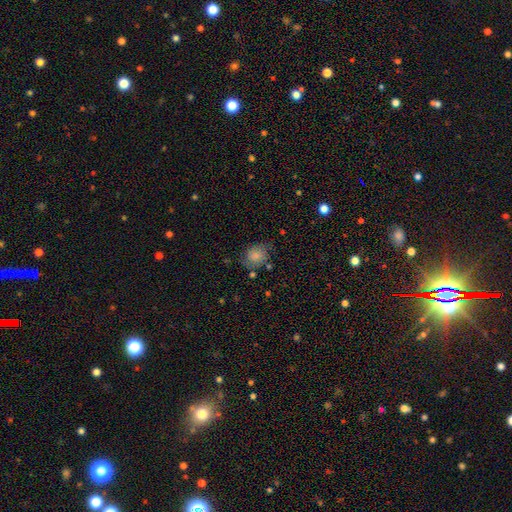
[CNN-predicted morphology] Overall: smooth (81%). How rounded: round (59%; in between 40%). Merging: none (65%).